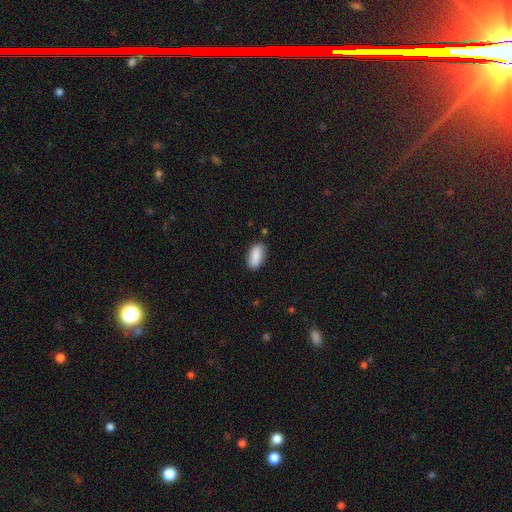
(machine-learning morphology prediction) smooth-or-featured: smooth: 88% | star or artifact: 7% | featured or disk: 6%
  how-rounded: in between: 90% | cigar-shaped: 7% | round: 3%
  merging: none: 83% | minor disturbance: 13% | major disturbance: 3% | merger: 2%